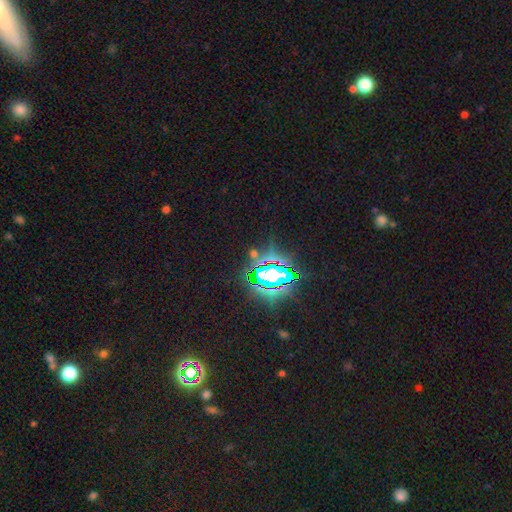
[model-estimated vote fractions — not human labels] Smooth or featured? star or artifact (76%)